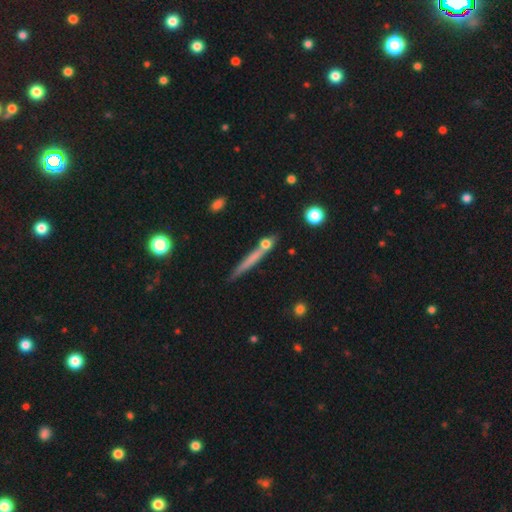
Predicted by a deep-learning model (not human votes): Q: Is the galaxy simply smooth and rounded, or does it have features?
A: smooth — 47%.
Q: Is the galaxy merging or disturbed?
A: none — 79%.